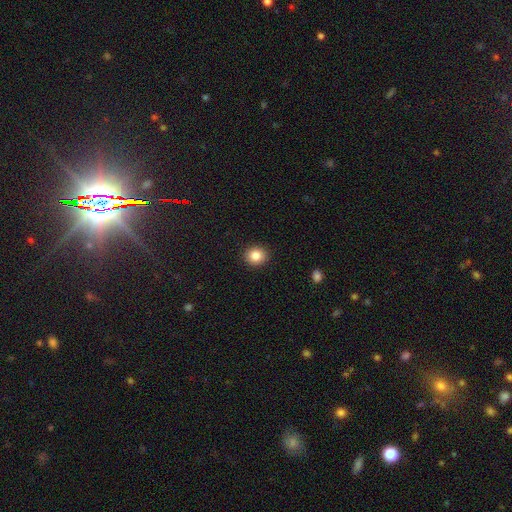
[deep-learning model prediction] smooth 85%, star or artifact 10%, featured or disk 6%. Down the decision tree: how rounded — round (80%); merging — none (91%).